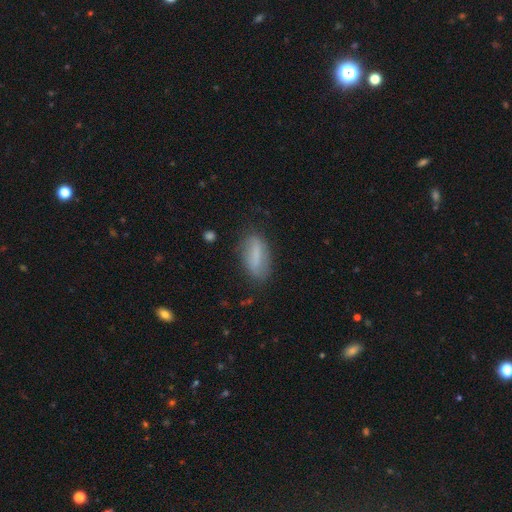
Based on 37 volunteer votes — Smooth or featured?
  - smooth: 65% *
  - featured or disk: 32%
  - star or artifact: 3%
How rounded?
  - in between: 67% *
  - cigar-shaped: 33%
  - round: 0%
Merging?
  - none: 58% *
  - minor disturbance: 36%
  - major disturbance: 6%
  - merger: 0%